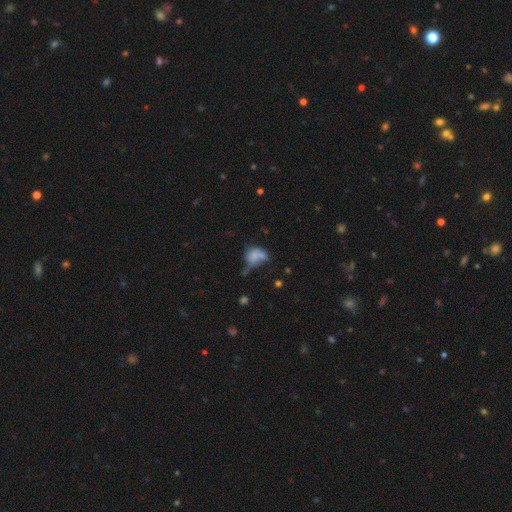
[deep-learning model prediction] smooth_or_featured: smooth (p=0.67) [alt: featured or disk p=0.20]
how_rounded: in between (p=0.57) [alt: round p=0.41]
merging: merger (p=0.30) [alt: none p=0.28]